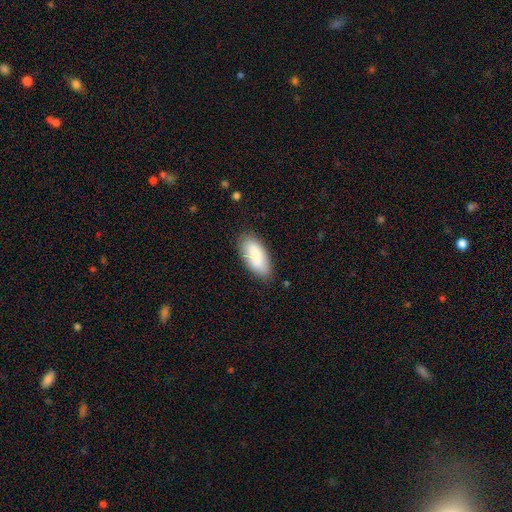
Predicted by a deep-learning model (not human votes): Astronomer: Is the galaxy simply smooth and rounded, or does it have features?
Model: smooth — 86%.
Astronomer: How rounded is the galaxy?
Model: in between — 89%.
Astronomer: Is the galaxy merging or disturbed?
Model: none — 81%.